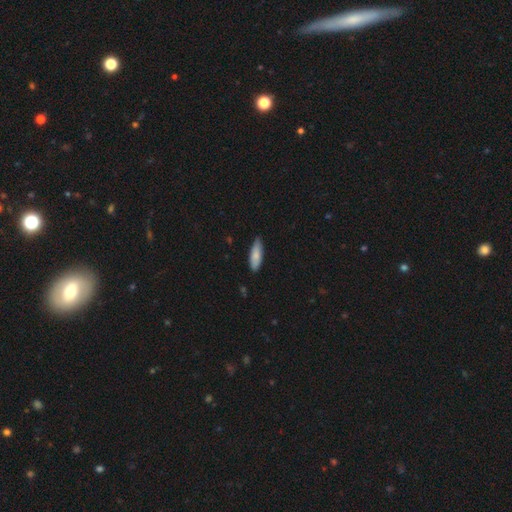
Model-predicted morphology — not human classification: This appears to be a smooth galaxy with no disk features (81%) that is in between round and cigar-shaped (55%). Merging: none (79%).